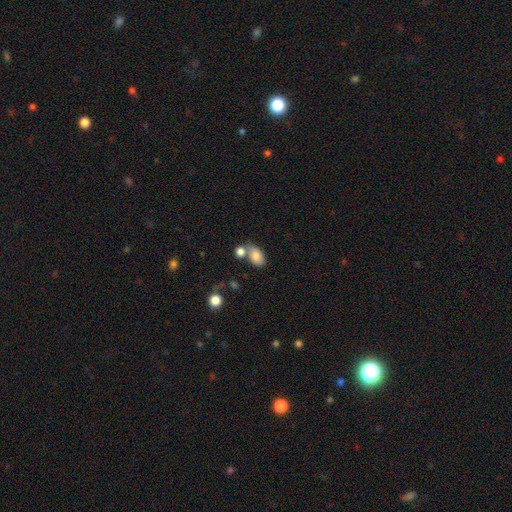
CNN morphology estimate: type=smooth (81%); roundness=in between (88%); merging=none (48%).